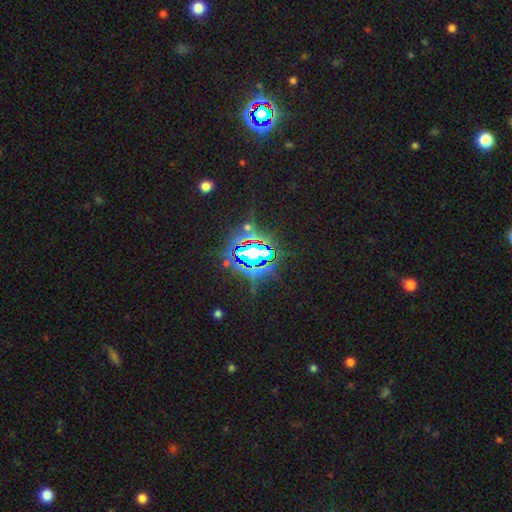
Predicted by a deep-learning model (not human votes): This appears to be a star or artifact, not a galaxy (82%).